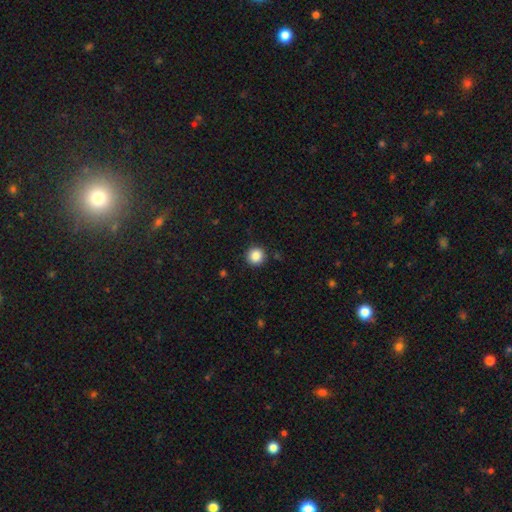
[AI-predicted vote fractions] Smooth or featured: smooth — 87% (star or artifact — 10%)
How rounded: round — 94% (in between — 5%)
Merging: none — 91% (minor disturbance — 6%)